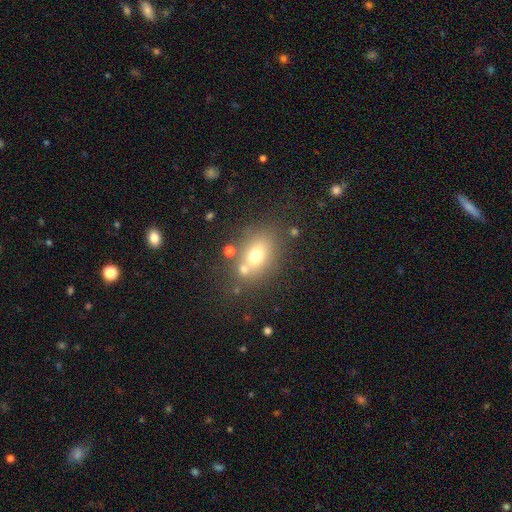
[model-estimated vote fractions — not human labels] A smooth galaxy with no disk features (67%) that is in between round and cigar-shaped (64%). Merging: none (63%).